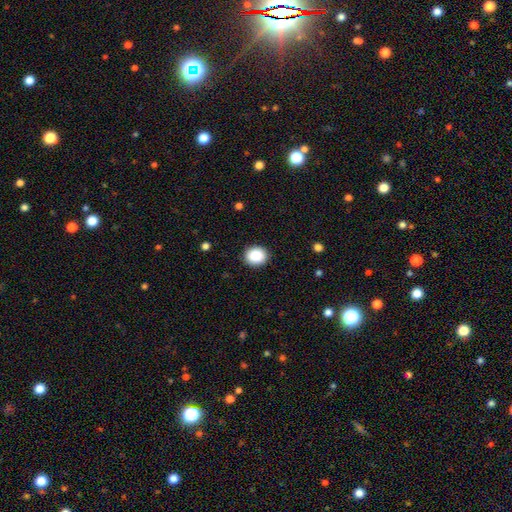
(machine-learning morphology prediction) Overall: smooth (89%). How rounded: round (73%). Merging: none (90%).